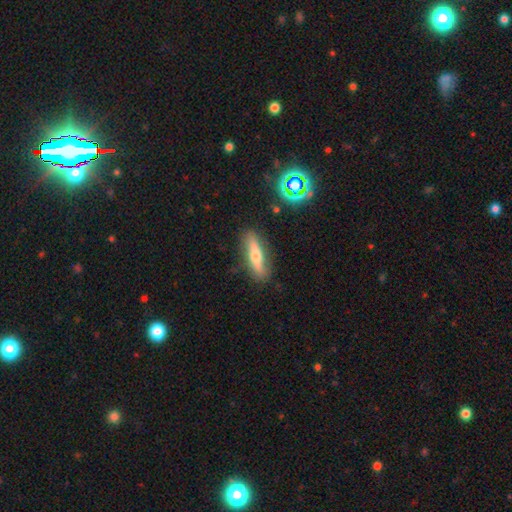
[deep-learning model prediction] Smooth or featured?
  - smooth: 49% *
  - featured or disk: 42%
  - star or artifact: 9%
Merging?
  - none: 83% *
  - minor disturbance: 12%
  - major disturbance: 3%
  - merger: 2%